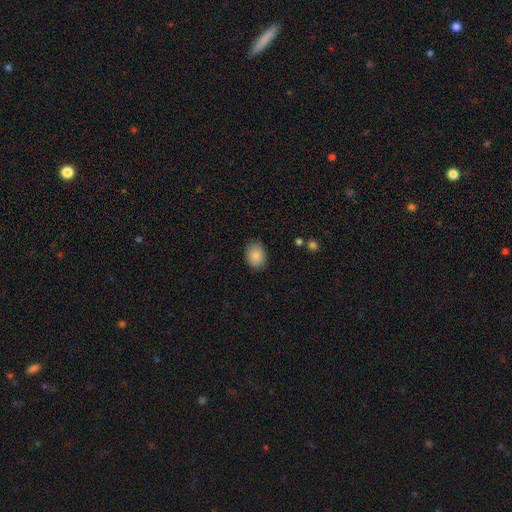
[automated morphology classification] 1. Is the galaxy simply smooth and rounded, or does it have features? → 87% smooth, 8% star or artifact, 5% featured or disk.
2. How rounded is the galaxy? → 65% in between, 34% round, 1% cigar-shaped.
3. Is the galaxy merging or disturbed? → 87% none, 10% minor disturbance, 2% major disturbance, 1% merger.